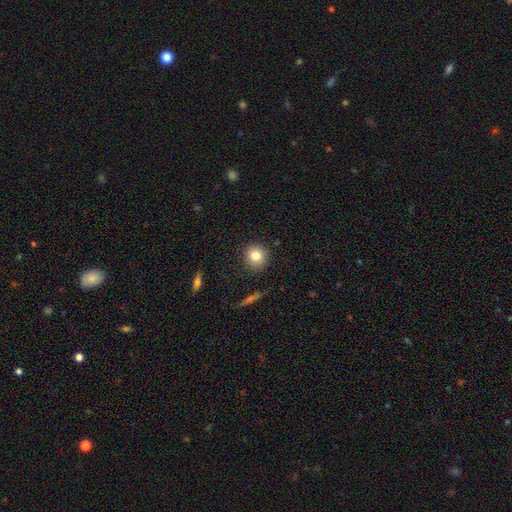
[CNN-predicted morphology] smooth 82%, star or artifact 10%, featured or disk 8%. Down the decision tree: how rounded — round (92%); merging — none (89%).